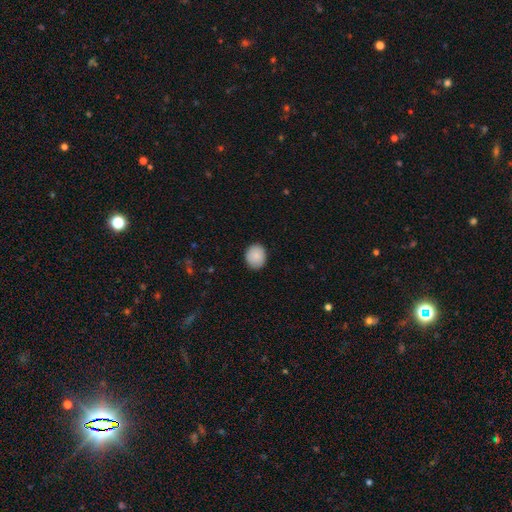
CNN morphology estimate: smooth_or_featured: smooth (p=0.87) [alt: star or artifact p=0.07]
how_rounded: round (p=0.71) [alt: in between p=0.28]
merging: none (p=0.88) [alt: minor disturbance p=0.09]